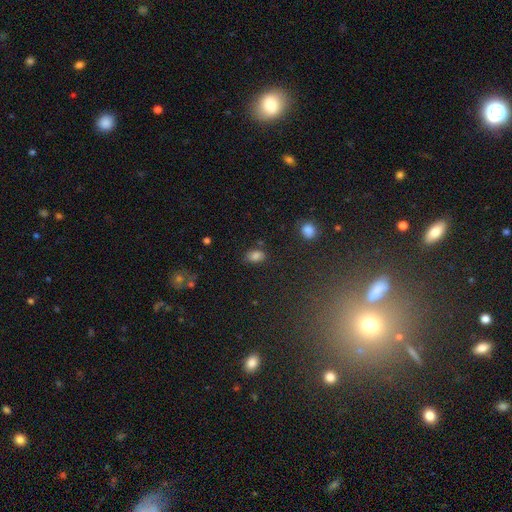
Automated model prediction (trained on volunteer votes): The model was most divided on "merging": none: 72%, minor disturbance: 19%, major disturbance: 5%, merger: 4%. More confident: how rounded — in between (82%); smooth or featured — smooth (78%).